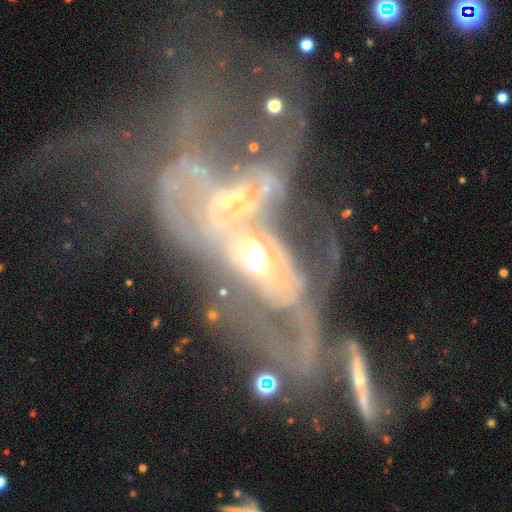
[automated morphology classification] Q: Smooth or featured?
A: featured or disk (75%); runner-up: smooth (12%)
Q: Edge-on disk?
A: no (92%); runner-up: yes (8%)
Q: Bar?
A: no (61%); runner-up: weak (23%)
Q: Spiral arms?
A: yes (59%); runner-up: no (41%)
Q: Bulge size?
A: moderate (55%); runner-up: small (23%)
Q: Merging?
A: merger (53%); runner-up: major disturbance (32%)